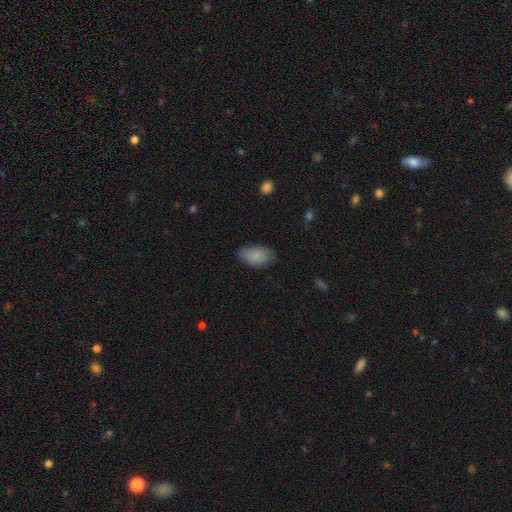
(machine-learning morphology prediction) Smooth or featured?
  - smooth: 86% *
  - featured or disk: 8%
  - star or artifact: 7%
How rounded?
  - in between: 92% *
  - round: 6%
  - cigar-shaped: 2%
Merging?
  - none: 77% *
  - minor disturbance: 18%
  - major disturbance: 4%
  - merger: 1%